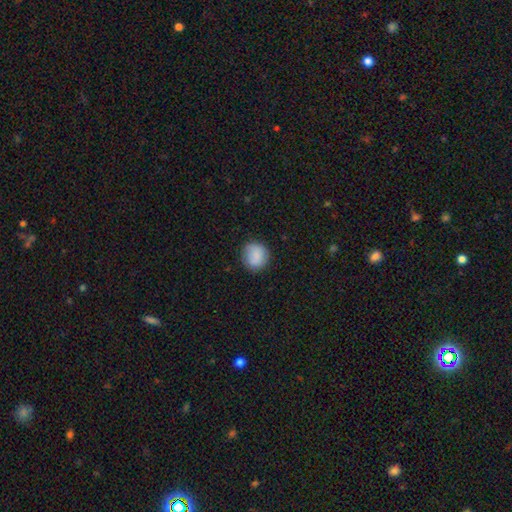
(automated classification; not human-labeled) smooth 87%, star or artifact 8%, featured or disk 6%. Down the decision tree: how rounded — round (88%); merging — none (83%).